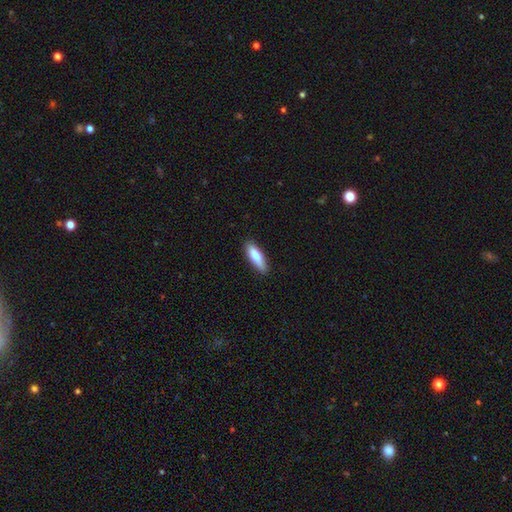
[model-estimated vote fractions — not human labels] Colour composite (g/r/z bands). It shows a smooth galaxy with no disk features (74%) that is cigar-shaped (50%). Merging: none (87%).